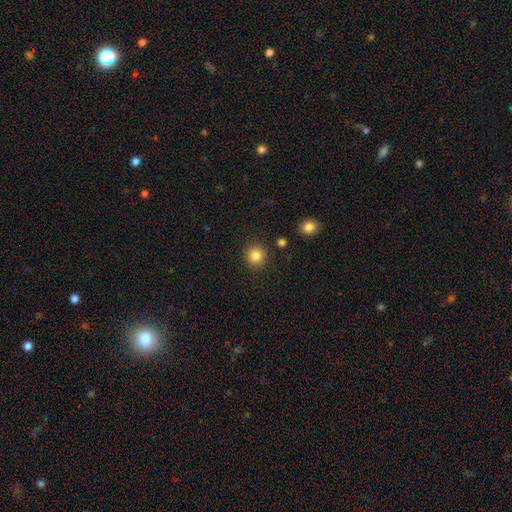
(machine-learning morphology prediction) type=smooth (85%); roundness=round (93%); merging=none (90%).